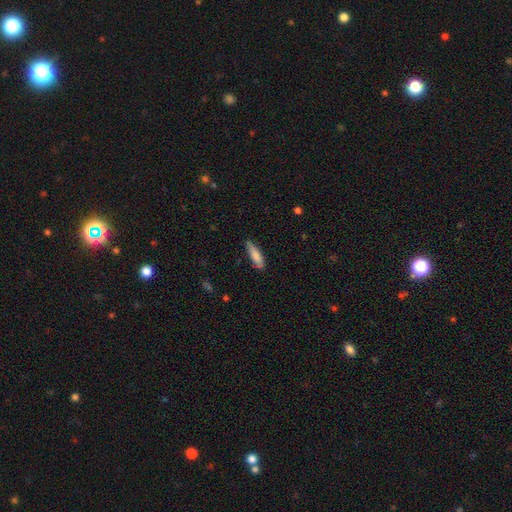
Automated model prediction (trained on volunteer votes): A smooth galaxy with no disk features (80%) that is cigar-shaped (64%). Merging: none (74%).